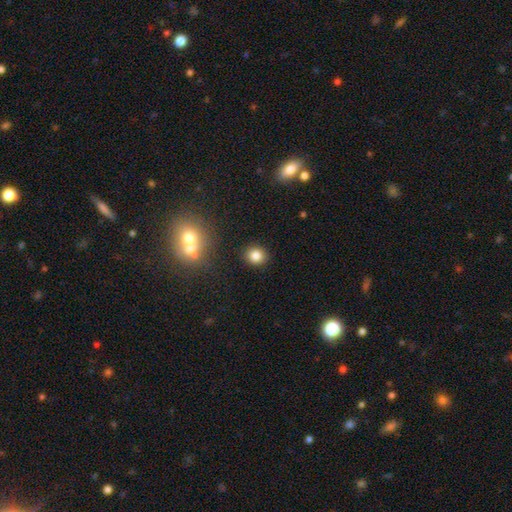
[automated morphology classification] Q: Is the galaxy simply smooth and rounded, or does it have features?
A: smooth — 81%.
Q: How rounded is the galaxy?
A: round — 76%.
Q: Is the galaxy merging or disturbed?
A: none — 88%.